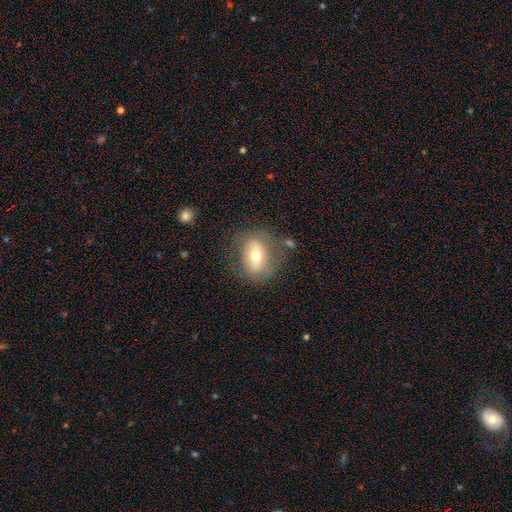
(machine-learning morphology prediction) smooth_or_featured: smooth (p=0.53) [alt: featured or disk p=0.38]
how_rounded: in between (p=0.58) [alt: round p=0.39]
merging: none (p=0.71) [alt: minor disturbance p=0.18]